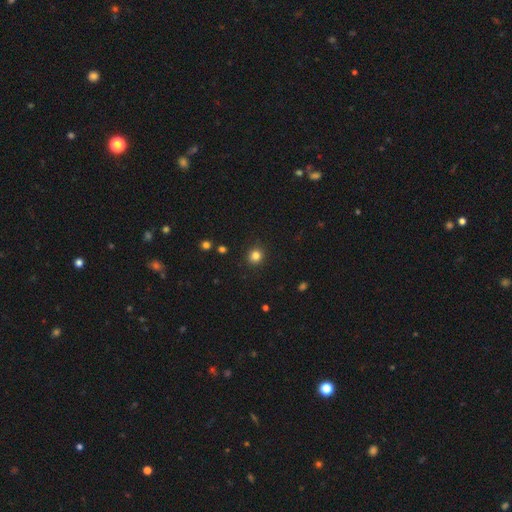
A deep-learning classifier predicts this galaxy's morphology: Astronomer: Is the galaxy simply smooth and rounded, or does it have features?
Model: smooth — 82%.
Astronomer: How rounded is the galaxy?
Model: round — 88%.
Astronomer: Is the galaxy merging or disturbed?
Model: none — 91%.